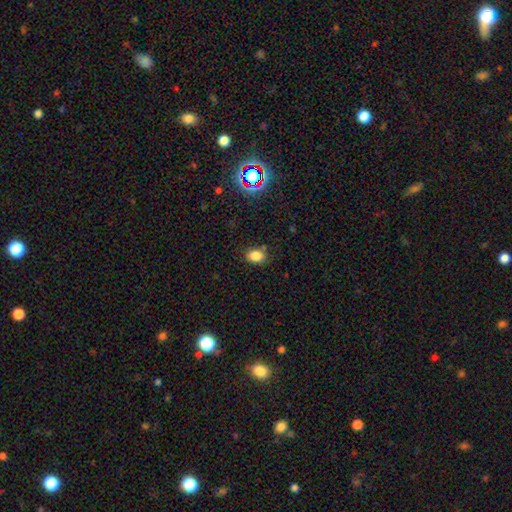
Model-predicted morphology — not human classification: A smooth galaxy with no disk features (81%) that is in between round and cigar-shaped (67%). Merging: none (80%).